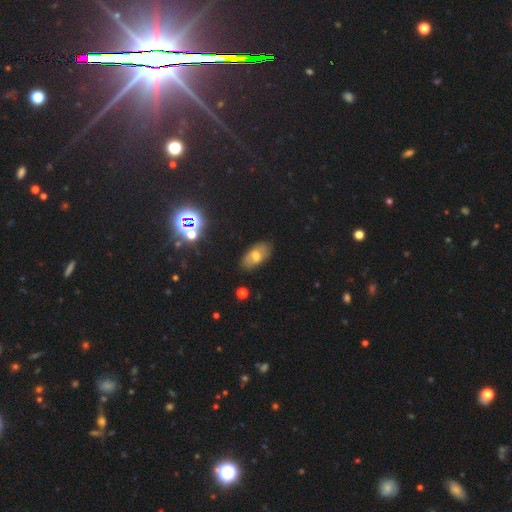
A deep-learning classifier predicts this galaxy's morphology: A smooth galaxy with no disk features (53%) that is in between round and cigar-shaped (92%).

Vote fractions:
- Smooth or featured? smooth: 53% / featured or disk: 32% / star or artifact: 15%
- How rounded? in between: 92% / round: 5% / cigar-shaped: 3%
- Merging? none: 78% / minor disturbance: 17% / major disturbance: 4% / merger: 2%